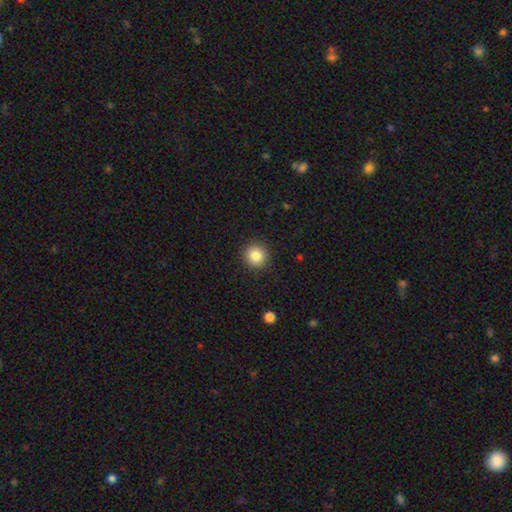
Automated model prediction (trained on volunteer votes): Smooth or featured? smooth (85%)
How rounded? round (93%)
Merging? none (91%)